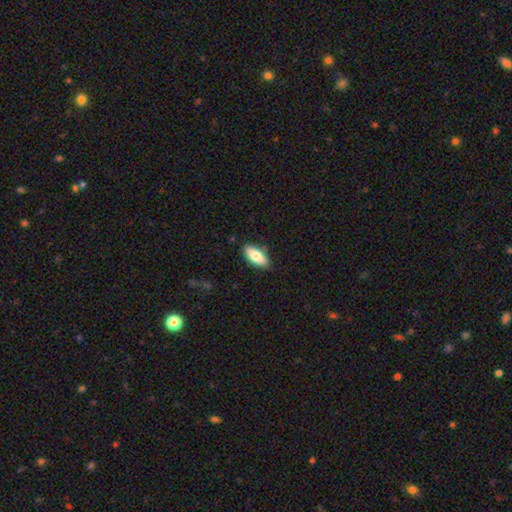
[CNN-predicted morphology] Overall: smooth (80%). How rounded: in between (87%). Merging: none (84%).